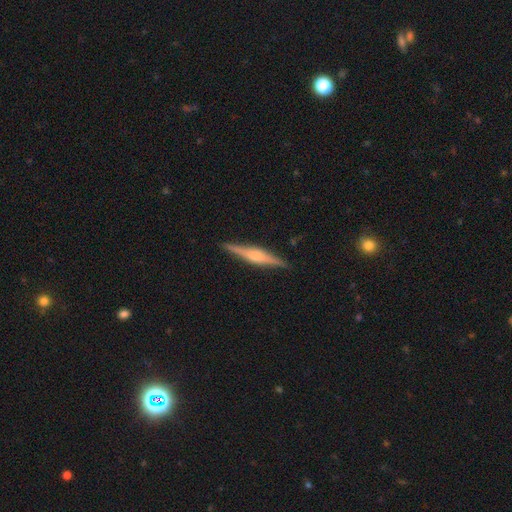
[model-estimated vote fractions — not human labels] Smooth or featured? Predicted: featured or disk (p=0.71). Edge-on disk? Predicted: yes (p=0.98). Edge-on bulge? Predicted: rounded (p=0.64). Merging? Predicted: none (p=0.90).